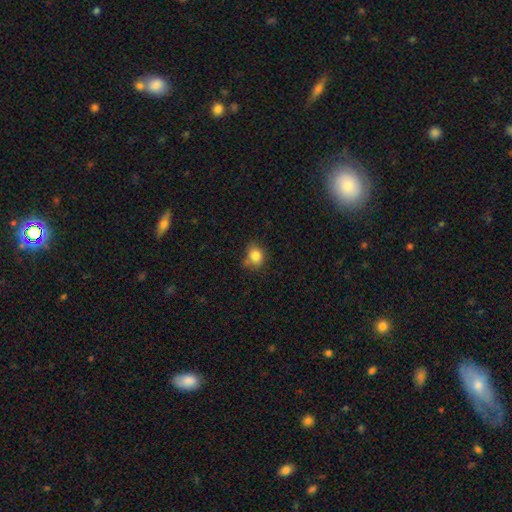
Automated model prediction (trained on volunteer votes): Smooth or featured: smooth — 83% (star or artifact — 10%)
How rounded: round — 56% (in between — 43%)
Merging: none — 58% (minor disturbance — 28%)